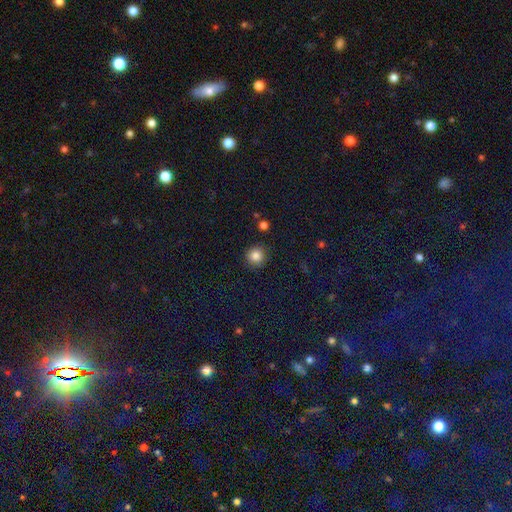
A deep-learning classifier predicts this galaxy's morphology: Smooth or featured?
  - smooth: 85% *
  - star or artifact: 11%
  - featured or disk: 5%
How rounded?
  - round: 93% *
  - in between: 6%
  - cigar-shaped: 1%
Merging?
  - none: 88% *
  - minor disturbance: 8%
  - major disturbance: 2%
  - merger: 2%